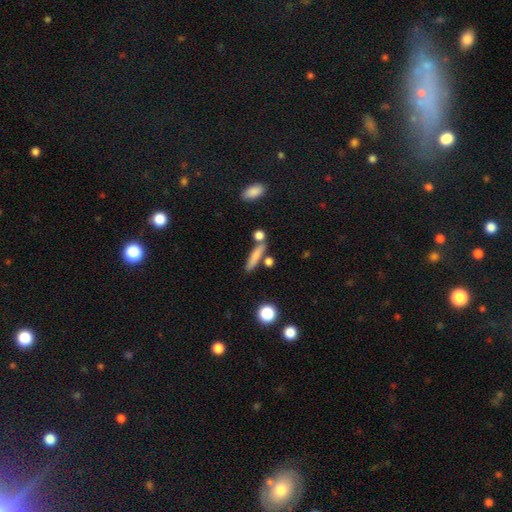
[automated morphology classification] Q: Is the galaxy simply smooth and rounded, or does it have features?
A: smooth — 74%.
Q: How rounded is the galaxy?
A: cigar-shaped — 80%.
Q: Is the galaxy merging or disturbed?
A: none — 71%.